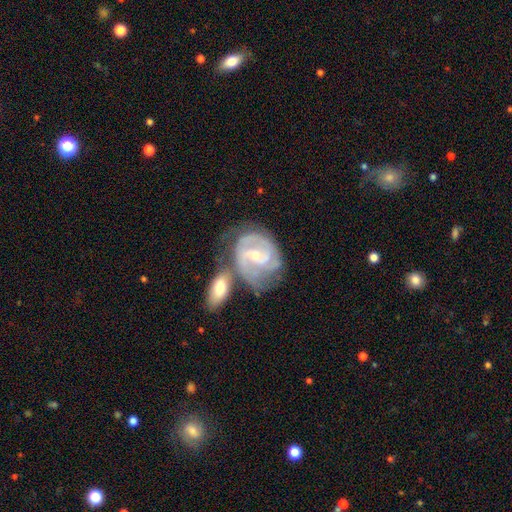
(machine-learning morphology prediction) type=featured or disk (87%); edge-on=no (97%); bar=weak (48%); spiral arms=yes (95%); winding=tight (50%); arm count=2 (57%); bulge=small (54%); merging=none (38%).